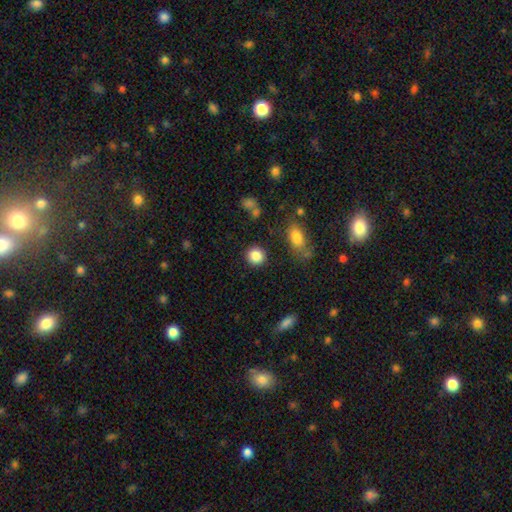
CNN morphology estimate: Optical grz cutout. It shows a smooth galaxy with no disk features (86%) that is round (88%). Merging: none (88%).